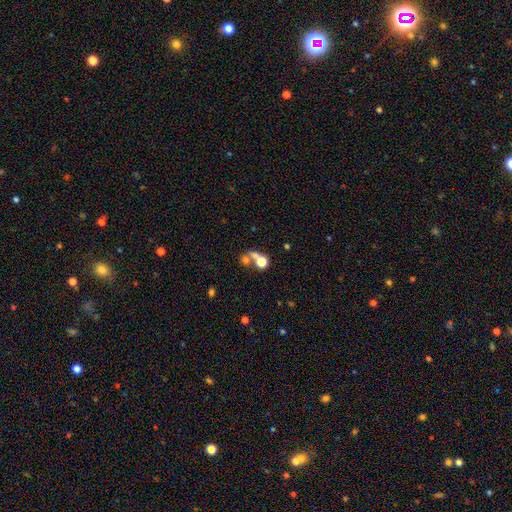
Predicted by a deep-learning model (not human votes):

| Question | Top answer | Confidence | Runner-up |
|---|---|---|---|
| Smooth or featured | smooth | 58% | star or artifact (23%) |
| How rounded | round | 74% | in between (24%) |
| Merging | merger | 50% | none (36%) |